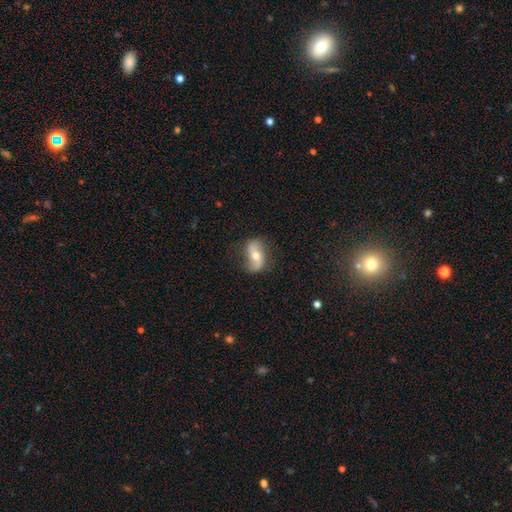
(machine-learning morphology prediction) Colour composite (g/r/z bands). It shows a featured or disk galaxy (60%) with no bar (51%), spiral arms (82%) and a moderate central bulge (69%). Merging: none (72%).